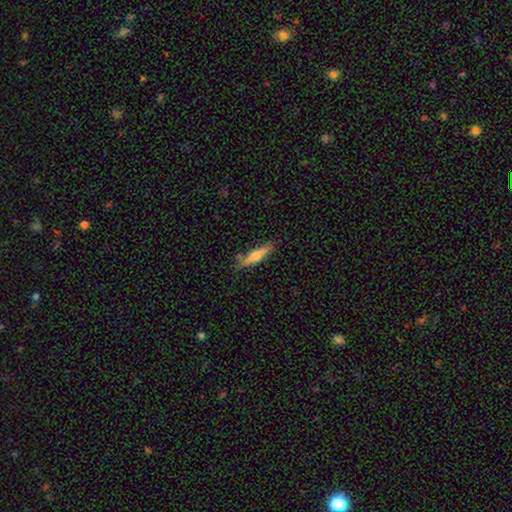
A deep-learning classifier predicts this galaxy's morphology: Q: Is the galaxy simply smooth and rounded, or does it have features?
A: smooth — 57%.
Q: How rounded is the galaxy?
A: cigar-shaped — 83%.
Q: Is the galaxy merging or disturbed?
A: none — 77%.